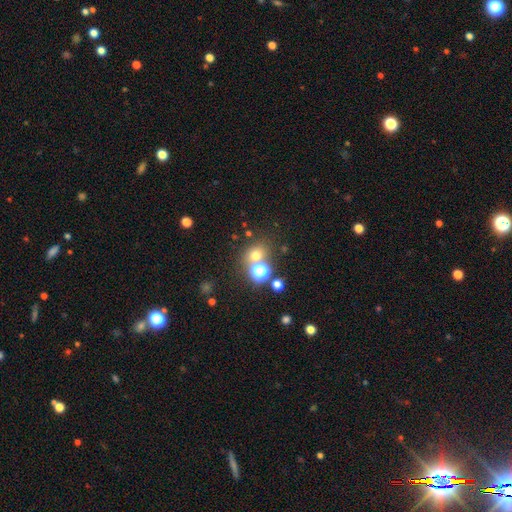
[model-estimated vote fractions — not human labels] Smooth or featured? smooth (64%)
How rounded? round (71%)
Merging? none (66%)